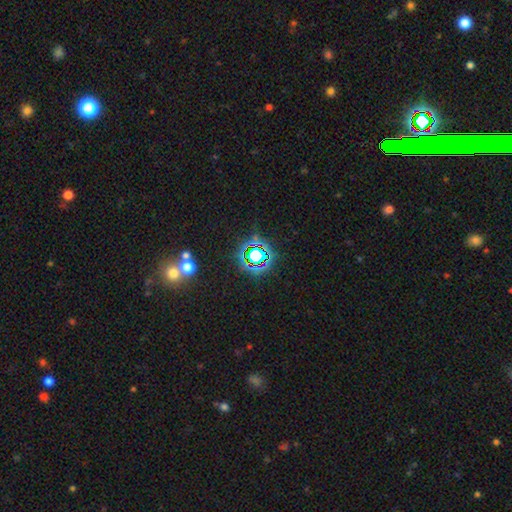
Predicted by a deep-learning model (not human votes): This is likely a star or artifact rather than a galaxy (71%).